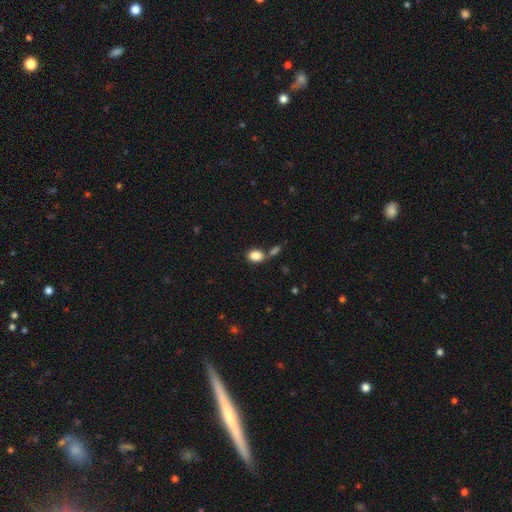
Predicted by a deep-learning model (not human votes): The model was most divided on "merging": none: 59%, merger: 23%, minor disturbance: 13%, major disturbance: 5%. More confident: smooth or featured — smooth (86%); how rounded — in between (76%).